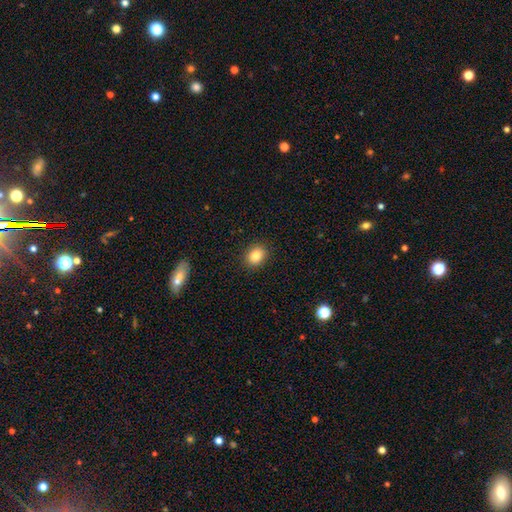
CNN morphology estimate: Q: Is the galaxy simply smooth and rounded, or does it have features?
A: smooth — 84%.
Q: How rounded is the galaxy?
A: round — 50%.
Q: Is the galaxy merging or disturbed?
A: none — 90%.